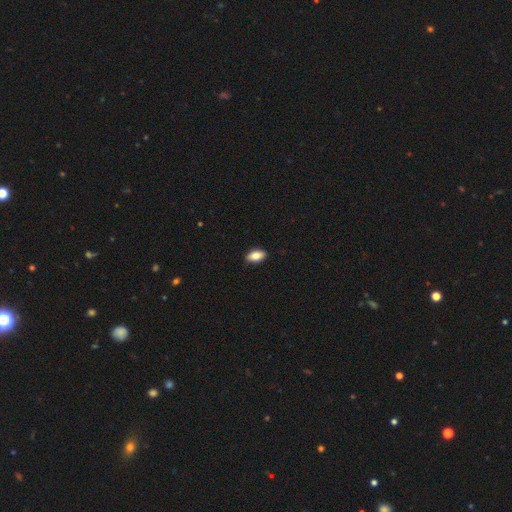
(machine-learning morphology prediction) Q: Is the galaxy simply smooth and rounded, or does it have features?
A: smooth — 83%.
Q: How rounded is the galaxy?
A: in between — 91%.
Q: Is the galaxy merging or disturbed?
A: none — 89%.